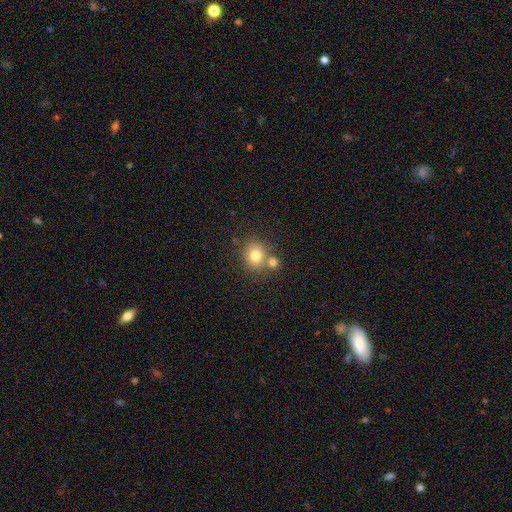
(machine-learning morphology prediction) Q: Smooth or featured?
A: smooth (76%); runner-up: star or artifact (13%)
Q: How rounded?
A: round (77%); runner-up: in between (23%)
Q: Merging?
A: none (60%); runner-up: merger (27%)